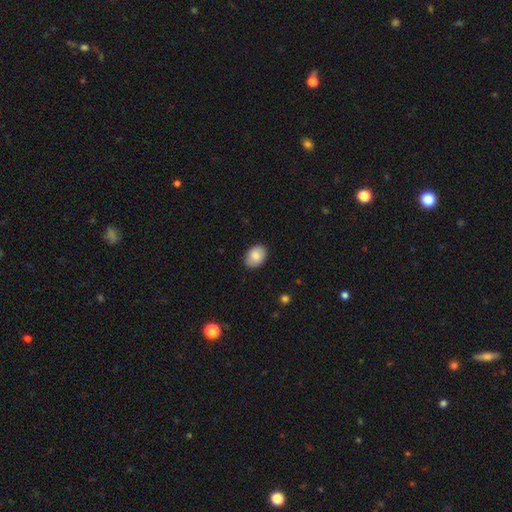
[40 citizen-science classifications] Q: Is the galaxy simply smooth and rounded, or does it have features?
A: smooth — 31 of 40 (78%).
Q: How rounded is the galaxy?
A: in between — 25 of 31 (81%).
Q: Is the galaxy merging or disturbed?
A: none — 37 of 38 (97%).